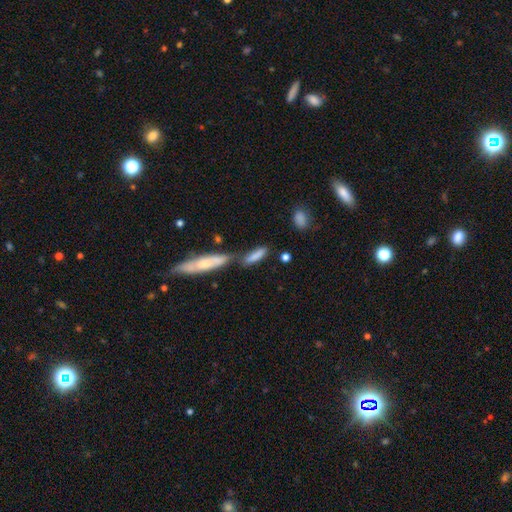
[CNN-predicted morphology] This is likely a smooth galaxy (77%). How rounded: likely cigar-shaped (65%). Merging: marginally merger (45%).